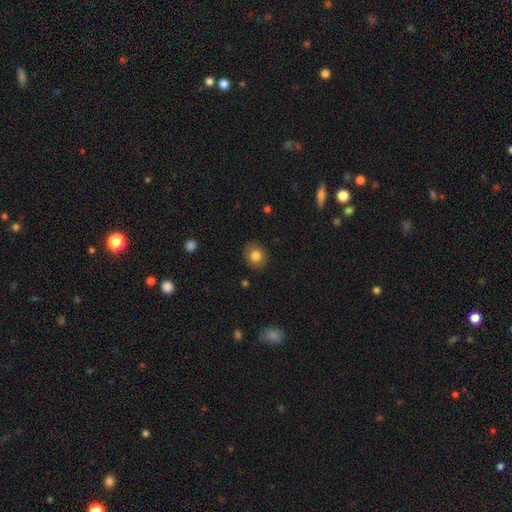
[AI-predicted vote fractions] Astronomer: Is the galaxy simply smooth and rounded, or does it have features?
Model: smooth — 81%.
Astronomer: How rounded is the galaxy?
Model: round — 76%.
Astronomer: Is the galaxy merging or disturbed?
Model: none — 87%.